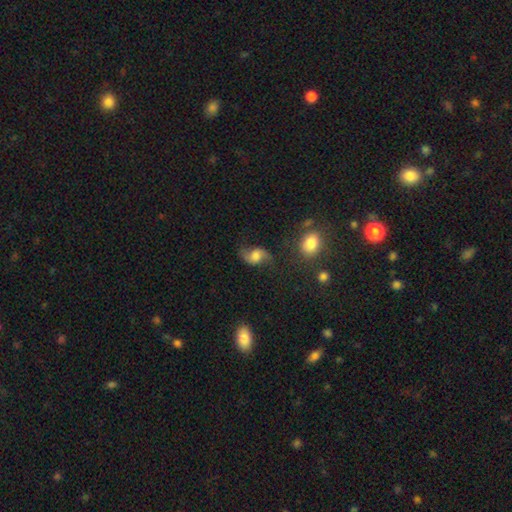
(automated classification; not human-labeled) Overall: featured or disk (66%). Edge-on disk: no (96%). Bar: no (58%; weak 34%). Spiral arms: yes (93%). Spiral arm count: 2 (92%). Spiral winding: loose (76%). Bulge size: moderate (40%; large 30%). Merging: none (66%).